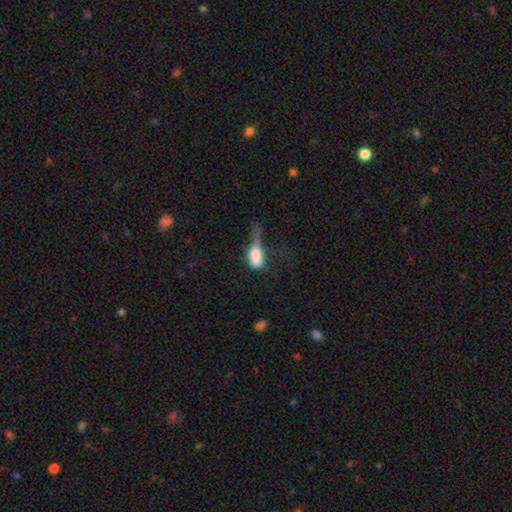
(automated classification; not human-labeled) Overall: smooth (73%). How rounded: in between (77%). Merging: major disturbance (53%; minor disturbance 27%).